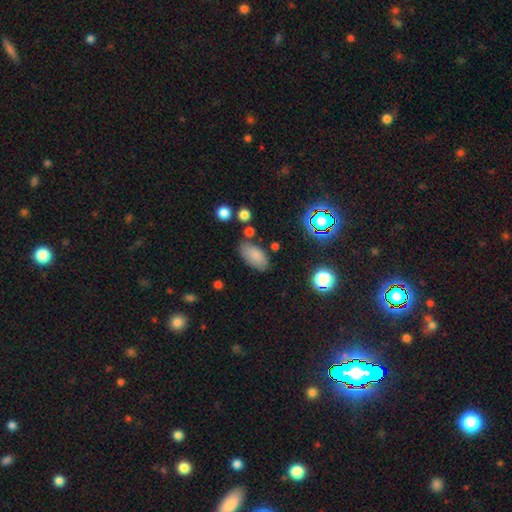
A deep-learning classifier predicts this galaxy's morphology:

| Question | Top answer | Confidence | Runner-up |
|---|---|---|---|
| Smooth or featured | smooth | 81% | star or artifact (10%) |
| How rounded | in between | 93% | cigar-shaped (4%) |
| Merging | none | 73% | minor disturbance (16%) |